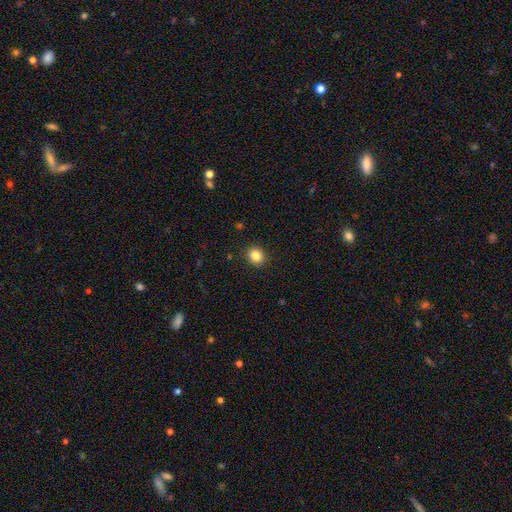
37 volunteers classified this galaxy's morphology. Smooth or featured: smooth — 86% (featured or disk — 8%)
How rounded: in between — 59% (round — 41%)
Merging: none — 89% (minor disturbance — 11%)